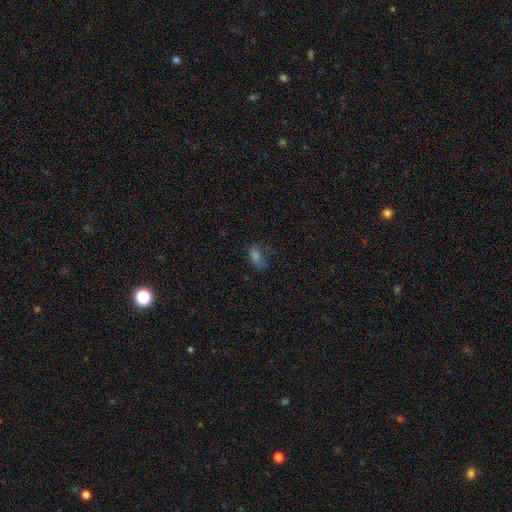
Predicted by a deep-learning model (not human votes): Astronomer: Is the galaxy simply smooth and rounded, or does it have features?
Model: smooth — 63%.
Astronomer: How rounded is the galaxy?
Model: in between — 81%.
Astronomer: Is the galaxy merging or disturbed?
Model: none — 58%.